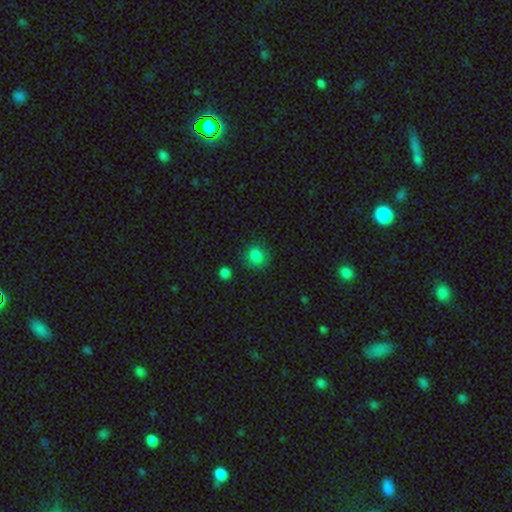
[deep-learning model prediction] Smooth or featured? smooth (84%)
How rounded? round (78%)
Merging? none (82%)